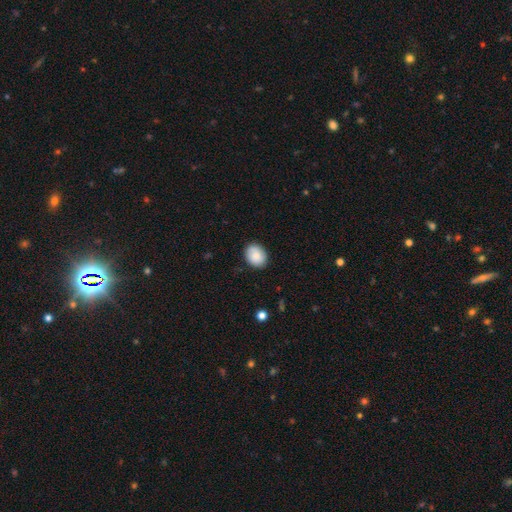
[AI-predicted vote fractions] Morphology: type=smooth (83%); roundness=in between (51%); merging=none (86%).